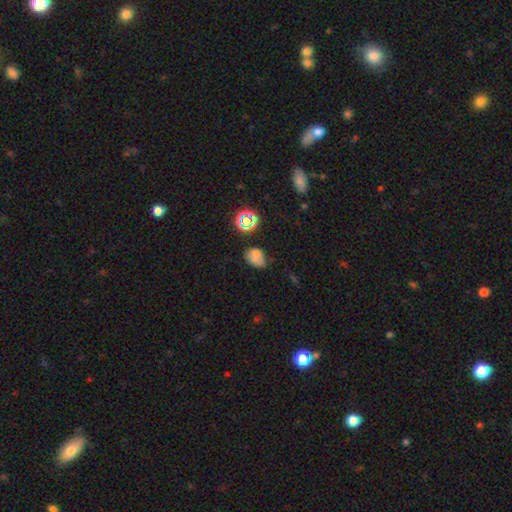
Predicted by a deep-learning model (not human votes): Smooth or featured?
  - smooth: 65% *
  - star or artifact: 21%
  - featured or disk: 15%
How rounded?
  - in between: 73% *
  - round: 26%
  - cigar-shaped: 2%
Merging?
  - none: 44% *
  - minor disturbance: 25%
  - merger: 21%
  - major disturbance: 10%